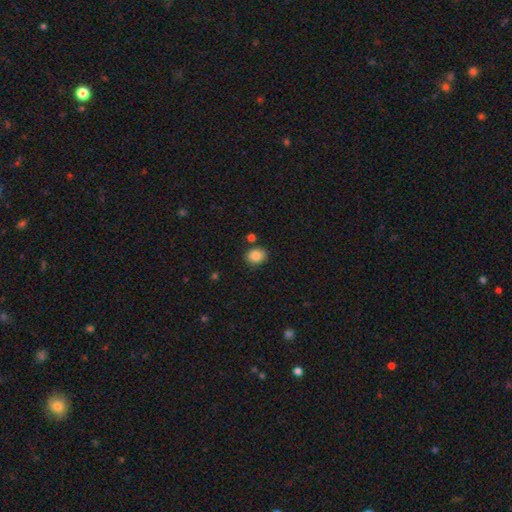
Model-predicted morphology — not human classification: Overall: smooth (87%). How rounded: round (54%; in between 45%). Merging: none (81%).